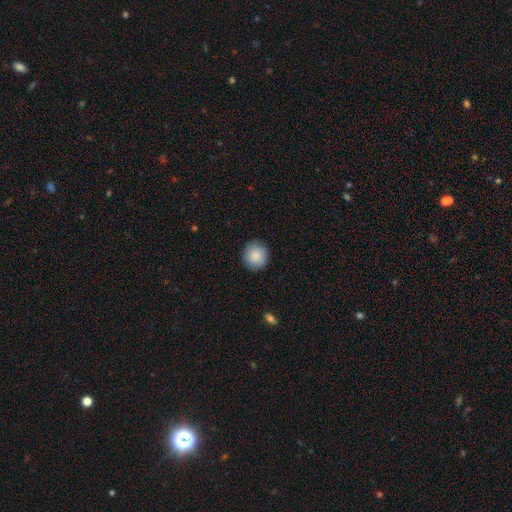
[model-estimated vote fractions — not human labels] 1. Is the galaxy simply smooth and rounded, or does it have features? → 87% smooth, 8% star or artifact, 5% featured or disk.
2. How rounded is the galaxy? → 91% round, 8% in between, 1% cigar-shaped.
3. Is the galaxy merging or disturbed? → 90% none, 7% minor disturbance, 2% major disturbance, 1% merger.